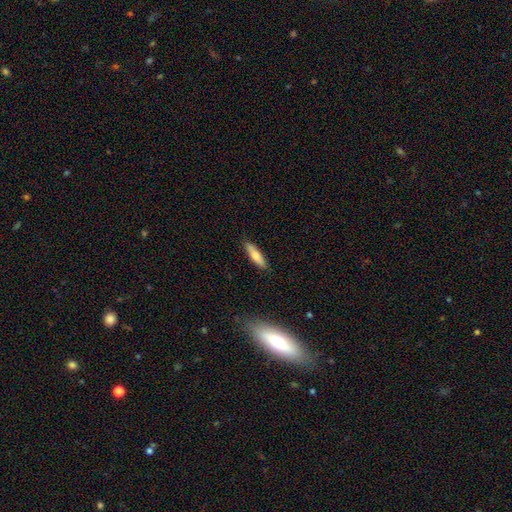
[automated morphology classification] smooth_or_featured: smooth (p=0.68) [alt: featured or disk p=0.25]
how_rounded: cigar-shaped (p=0.71) [alt: in between p=0.27]
merging: none (p=0.88) [alt: minor disturbance p=0.09]